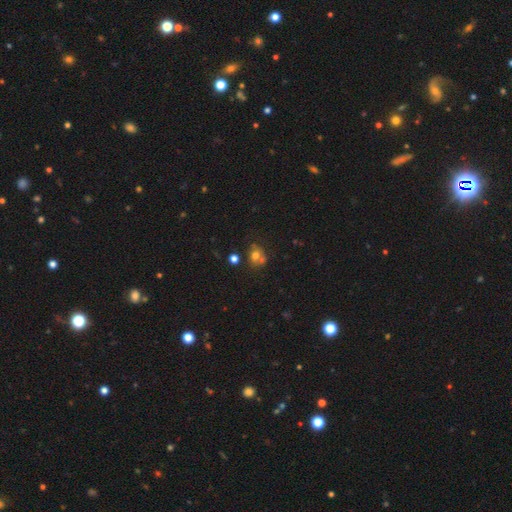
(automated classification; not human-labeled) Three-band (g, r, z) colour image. It shows a smooth galaxy with no disk features (67%) that is round (61%). Merging: none (43%).